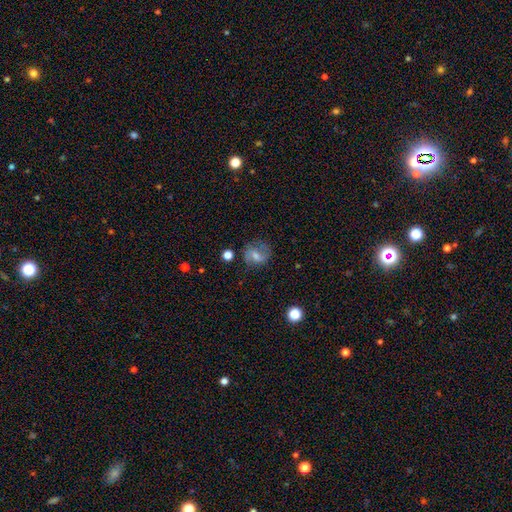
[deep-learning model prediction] Smooth or featured: featured or disk — 56% (smooth — 31%)
Edge-on disk: no — 96% (yes — 4%)
Bar: weak — 48% (no — 30%)
Spiral arms: yes — 81% (no — 19%)
Bulge size: moderate — 50% (small — 40%)
Merging: none — 71% (minor disturbance — 18%)